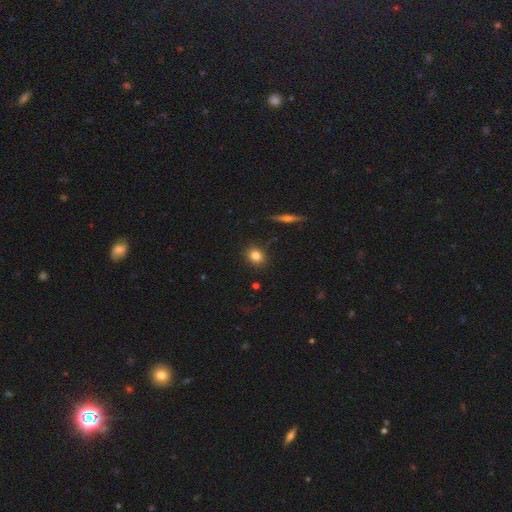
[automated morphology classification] This appears to be a smooth galaxy with no disk features (82%) that is round (63%). Merging: none (88%).